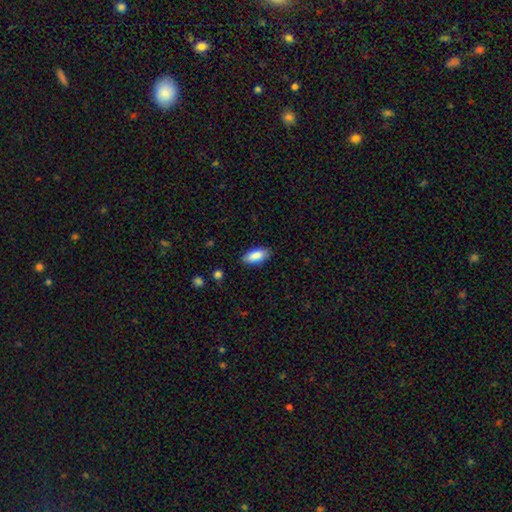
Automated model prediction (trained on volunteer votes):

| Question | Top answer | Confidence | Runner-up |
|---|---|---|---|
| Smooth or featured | smooth | 88% | star or artifact (6%) |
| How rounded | in between | 83% | cigar-shaped (15%) |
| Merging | none | 85% | minor disturbance (11%) |